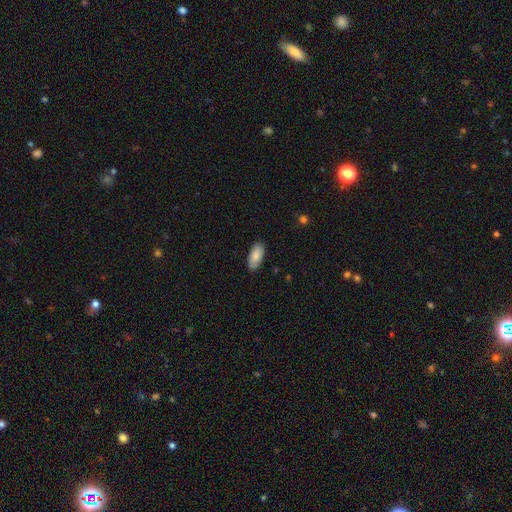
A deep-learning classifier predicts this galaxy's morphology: This is clearly a smooth galaxy (85%). How rounded: clearly in between (90%). Merging: clearly none (87%).